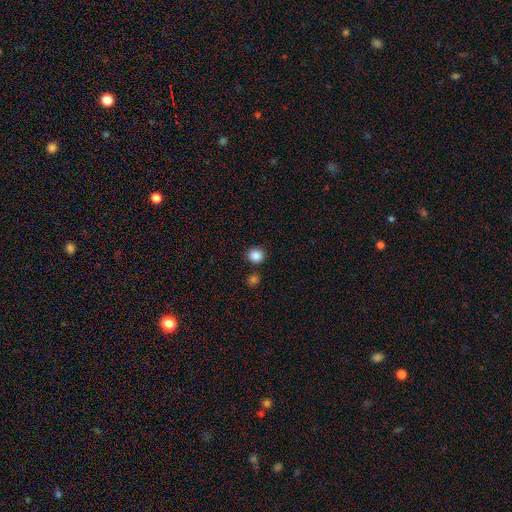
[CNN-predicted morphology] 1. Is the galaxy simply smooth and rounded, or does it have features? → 86% smooth, 11% star or artifact, 3% featured or disk.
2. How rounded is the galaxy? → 88% round, 11% in between, 1% cigar-shaped.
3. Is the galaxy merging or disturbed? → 85% none, 7% minor disturbance, 6% merger, 2% major disturbance.